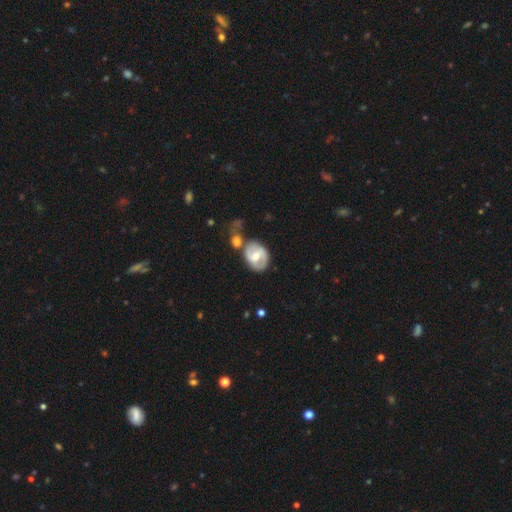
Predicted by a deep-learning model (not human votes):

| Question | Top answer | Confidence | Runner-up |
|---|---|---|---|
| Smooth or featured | featured or disk | 66% | smooth (29%) |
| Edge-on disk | no | 96% | yes (4%) |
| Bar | weak | 46% | strong (31%) |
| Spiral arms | yes | 70% | no (30%) |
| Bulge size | moderate | 71% | small (22%) |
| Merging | none | 53% | merger (21%) |